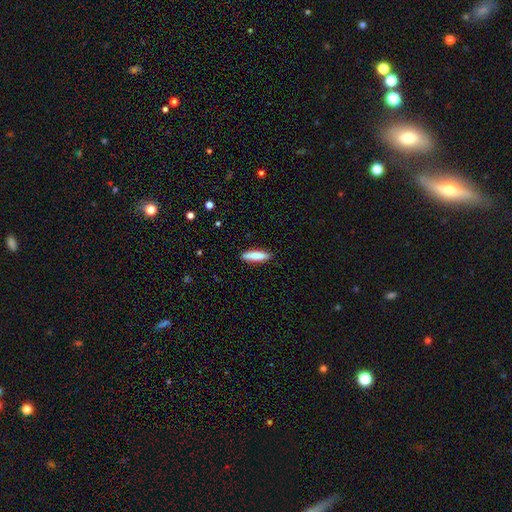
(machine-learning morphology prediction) Overall: smooth (87%). How rounded: cigar-shaped (67%; in between 32%). Merging: none (88%).